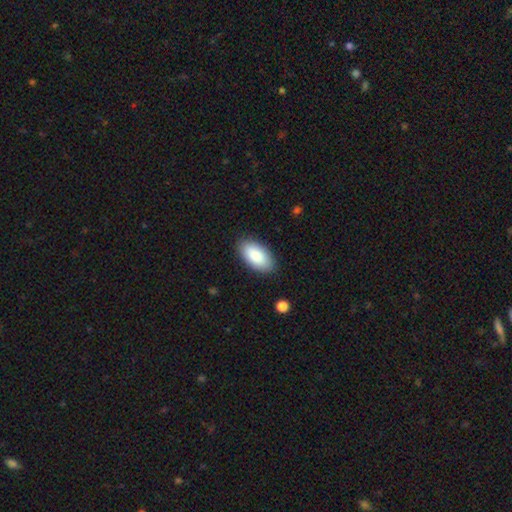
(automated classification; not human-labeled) Q: Smooth or featured?
A: smooth (86%); runner-up: featured or disk (8%)
Q: How rounded?
A: in between (95%); runner-up: cigar-shaped (3%)
Q: Merging?
A: none (87%); runner-up: minor disturbance (10%)